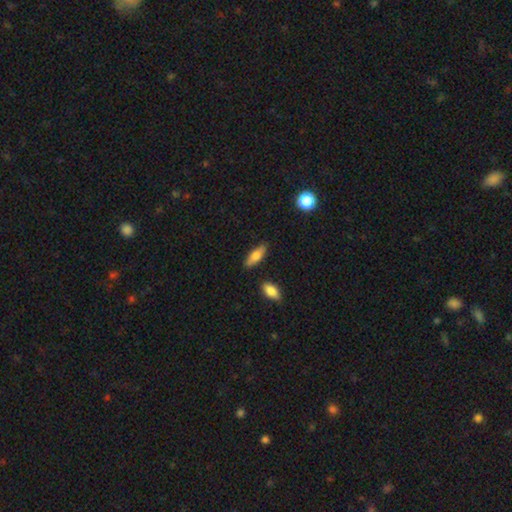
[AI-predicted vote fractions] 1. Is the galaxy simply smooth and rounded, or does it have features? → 73% smooth, 21% featured or disk, 7% star or artifact.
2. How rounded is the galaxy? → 59% in between, 38% cigar-shaped, 3% round.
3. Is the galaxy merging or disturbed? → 81% none, 13% minor disturbance, 3% merger, 3% major disturbance.